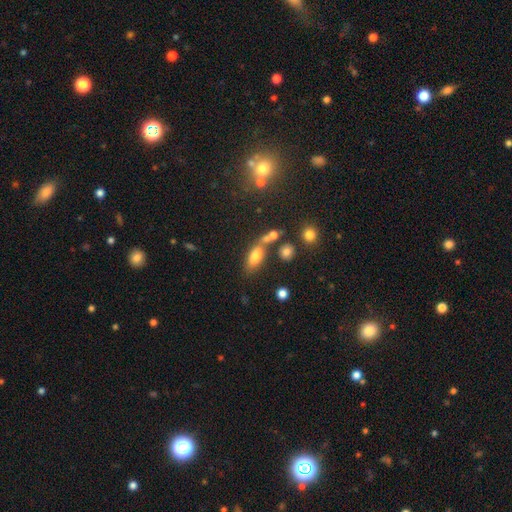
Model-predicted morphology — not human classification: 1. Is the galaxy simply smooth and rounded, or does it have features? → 75% smooth, 14% featured or disk, 11% star or artifact.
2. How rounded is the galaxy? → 77% in between, 18% cigar-shaped, 5% round.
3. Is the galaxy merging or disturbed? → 53% none, 26% merger, 15% minor disturbance, 7% major disturbance.